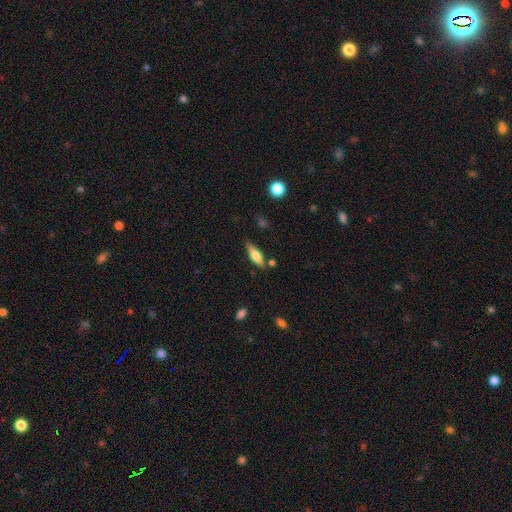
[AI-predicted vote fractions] Overall: smooth (59%; featured or disk 34%). How rounded: cigar-shaped (51%; in between 47%). Merging: none (75%).